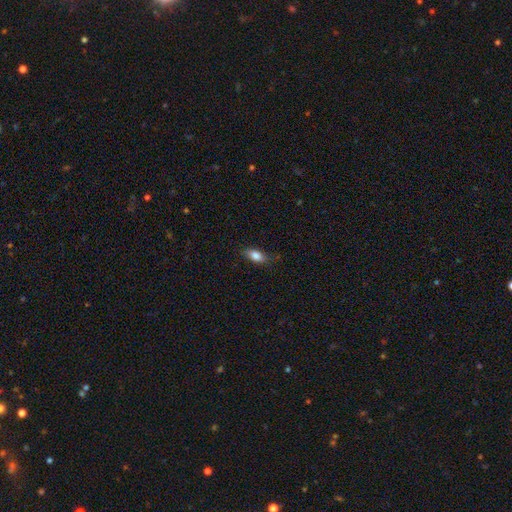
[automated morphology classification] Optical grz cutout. It shows a smooth galaxy with no disk features (83%) that is in between round and cigar-shaped (85%). Merging: none (80%).